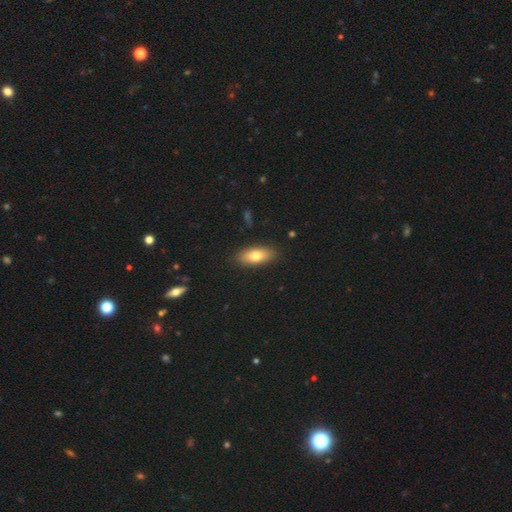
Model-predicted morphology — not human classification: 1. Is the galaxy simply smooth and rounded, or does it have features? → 73% smooth, 20% featured or disk, 7% star or artifact.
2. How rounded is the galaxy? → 80% in between, 16% cigar-shaped, 4% round.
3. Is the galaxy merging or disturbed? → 88% none, 9% minor disturbance, 2% major disturbance, 1% merger.